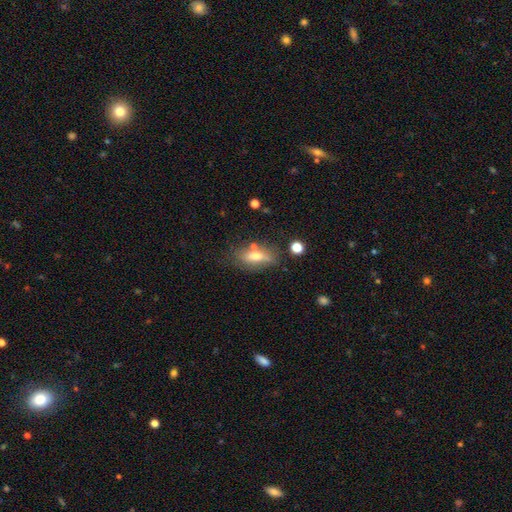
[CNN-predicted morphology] A smooth galaxy with no disk features (60%) that is in between round and cigar-shaped (72%).

Vote fractions:
- Smooth or featured? smooth: 60% / featured or disk: 31% / star or artifact: 9%
- How rounded? in between: 72% / cigar-shaped: 22% / round: 6%
- Merging? none: 67% / minor disturbance: 18% / merger: 9% / major disturbance: 6%